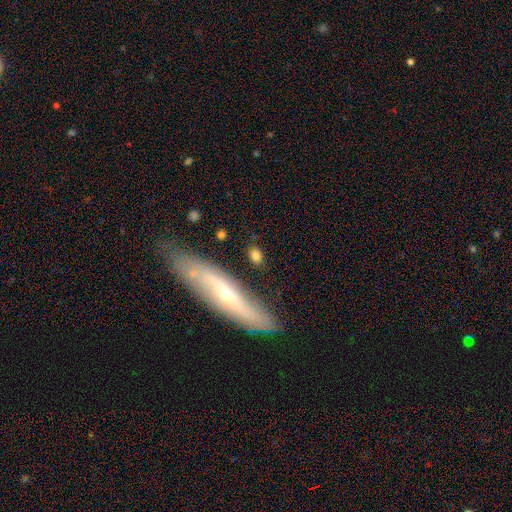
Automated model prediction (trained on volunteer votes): smooth 70%, featured or disk 21%, star or artifact 9%. Down the decision tree: how rounded — in between (54%); merging — none (83%).